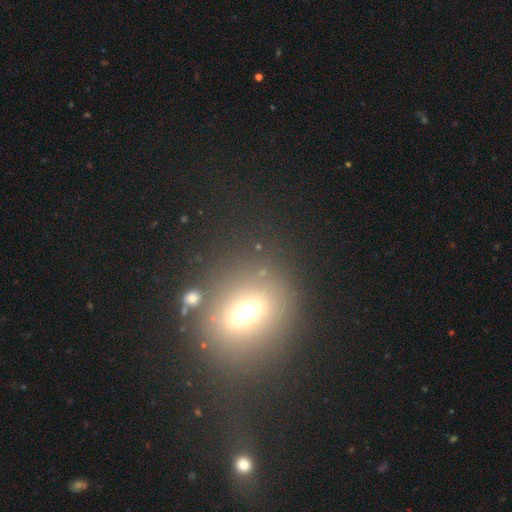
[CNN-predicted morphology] Smooth or featured?
  - smooth: 48% *
  - featured or disk: 27%
  - star or artifact: 25%
Merging?
  - none: 72% *
  - minor disturbance: 13%
  - major disturbance: 8%
  - merger: 7%